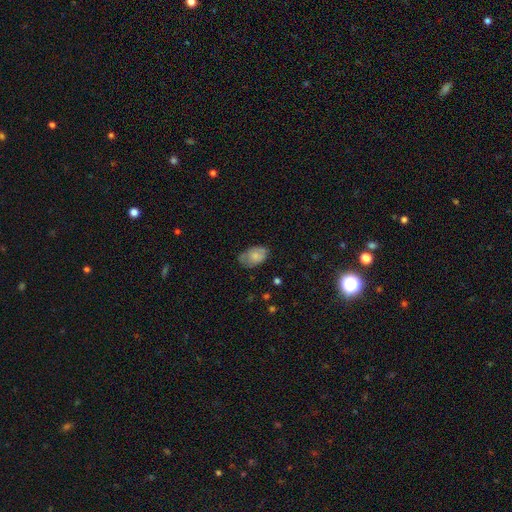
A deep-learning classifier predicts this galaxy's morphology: This appears to be a smooth galaxy with no disk features (74%) that is in between round and cigar-shaped (89%). Merging: none (59%).